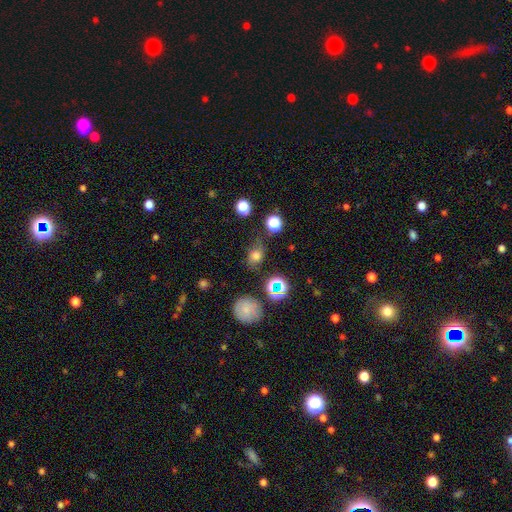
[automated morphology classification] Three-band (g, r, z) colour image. It shows a smooth galaxy with no disk features (66%) that is round (50%). Merging: none (60%).